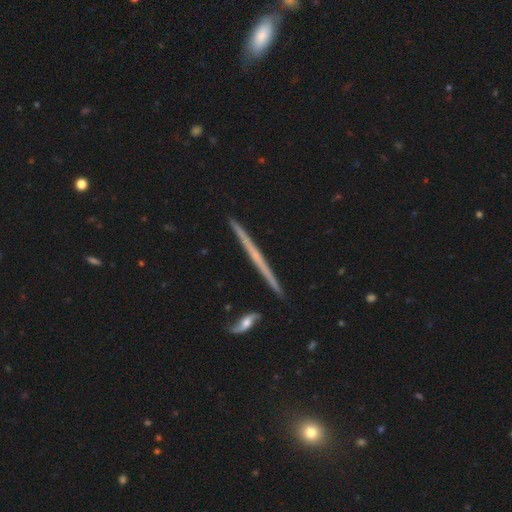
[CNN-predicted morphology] featured or disk 65%, smooth 28%, star or artifact 7%. Down the decision tree: edge-on disk — yes (98%); edge-on bulge — none (77%); merging — none (90%).